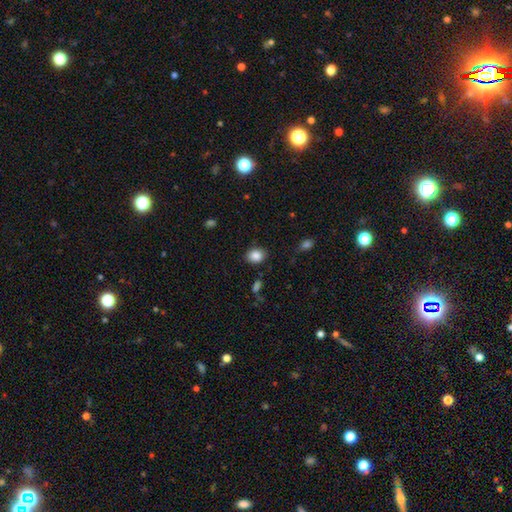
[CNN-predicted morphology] A smooth galaxy with no disk features (86%) that is round (50%). Merging: none (86%).